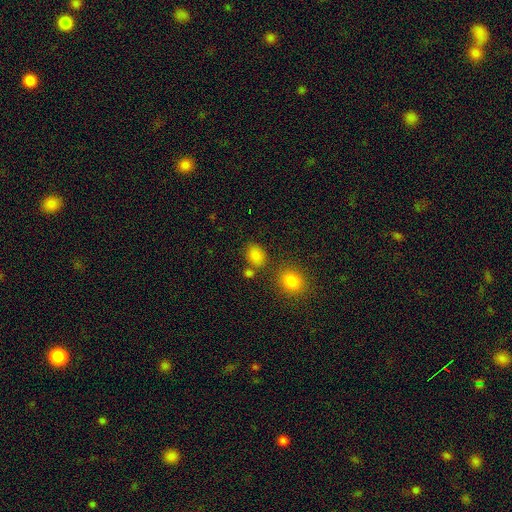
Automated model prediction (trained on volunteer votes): Smooth or featured?
  - smooth: 82% *
  - star or artifact: 13%
  - featured or disk: 5%
How rounded?
  - in between: 57% *
  - round: 42%
  - cigar-shaped: 1%
Merging?
  - none: 71% *
  - minor disturbance: 12%
  - merger: 12%
  - major disturbance: 4%